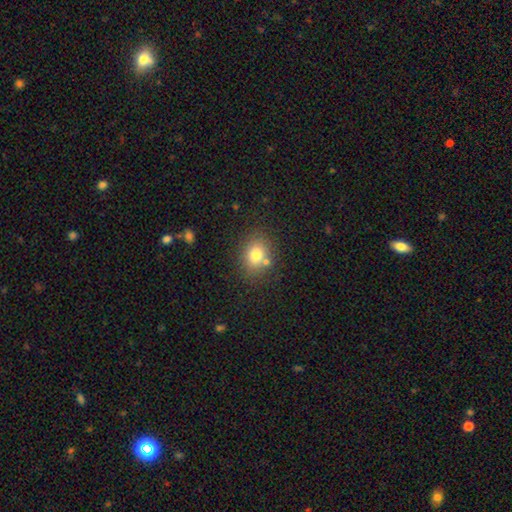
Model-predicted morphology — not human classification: smooth_or_featured: smooth (p=0.78) [alt: featured or disk p=0.11]
how_rounded: in between (p=0.51) [alt: round p=0.48]
merging: none (p=0.73) [alt: minor disturbance p=0.13]